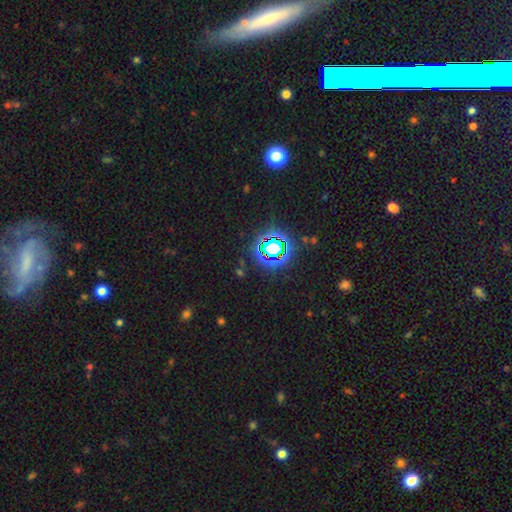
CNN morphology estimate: A star or artifact, not a galaxy (77%).

Vote fractions:
- Smooth or featured? star or artifact: 77% / smooth: 14% / featured or disk: 9%